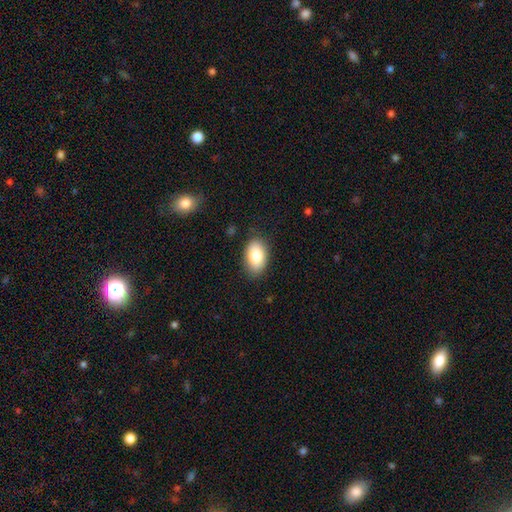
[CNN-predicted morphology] Overall: smooth (82%). How rounded: in between (91%). Merging: none (84%).